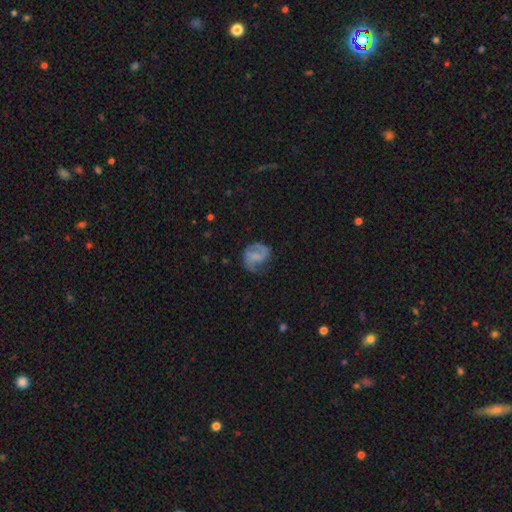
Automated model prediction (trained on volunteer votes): Q: Smooth or featured?
A: featured or disk (56%); runner-up: smooth (35%)
Q: Edge-on disk?
A: no (98%); runner-up: yes (2%)
Q: Bar?
A: no (46%); runner-up: weak (41%)
Q: Spiral arms?
A: yes (82%); runner-up: no (18%)
Q: Bulge size?
A: none (50%); runner-up: small (26%)
Q: Merging?
A: none (54%); runner-up: minor disturbance (26%)